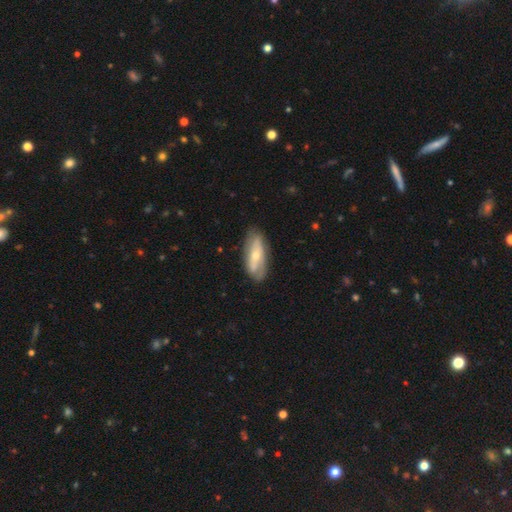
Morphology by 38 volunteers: A smooth galaxy with no disk features (61%) that is in between round and cigar-shaped (87%). Merging: none (65%).